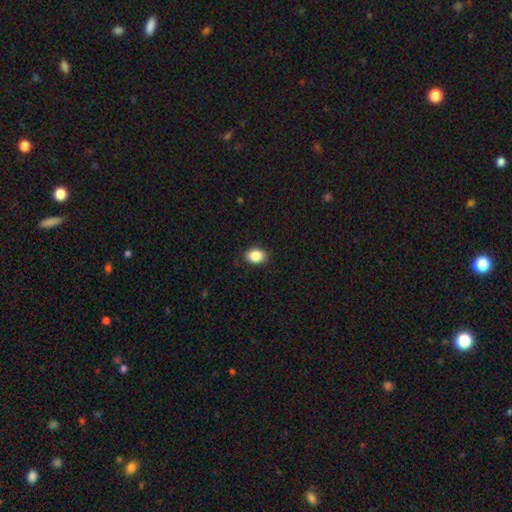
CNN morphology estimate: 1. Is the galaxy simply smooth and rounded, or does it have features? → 87% smooth, 9% star or artifact, 5% featured or disk.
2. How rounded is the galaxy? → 68% in between, 31% round, 1% cigar-shaped.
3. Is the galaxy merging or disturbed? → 89% none, 8% minor disturbance, 2% major disturbance, 1% merger.